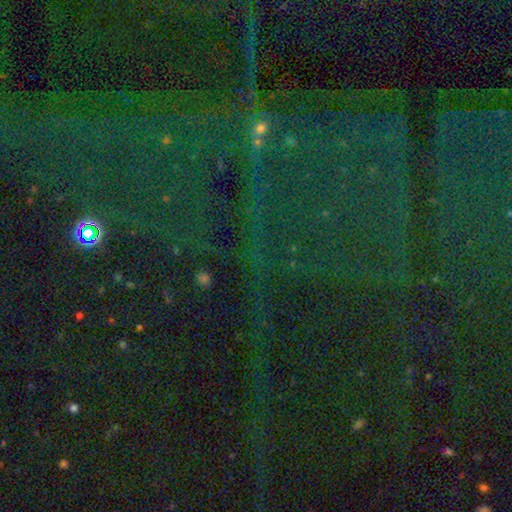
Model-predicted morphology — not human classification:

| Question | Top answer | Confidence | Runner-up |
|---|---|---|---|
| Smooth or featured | star or artifact | 83% | smooth (9%) |